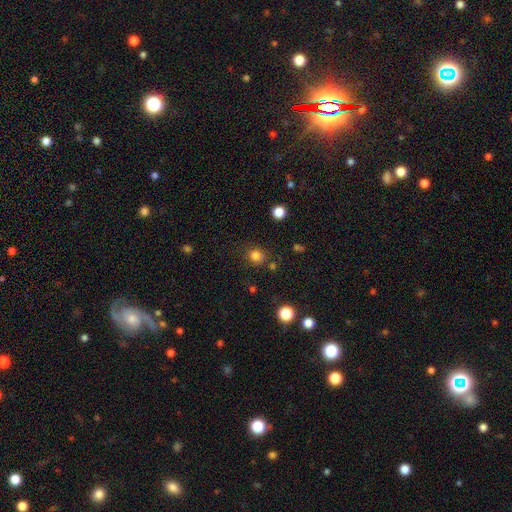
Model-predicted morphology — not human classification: The model was most divided on "smooth or featured": smooth: 81%, star or artifact: 14%, featured or disk: 5%. More confident: how rounded — round (84%); merging — none (81%).